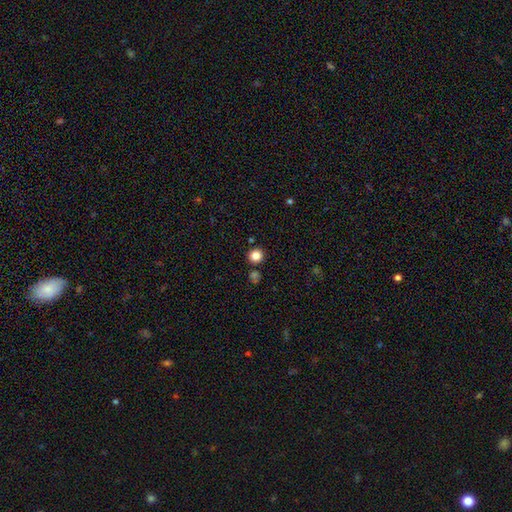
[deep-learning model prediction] The model was most divided on "smooth or featured": smooth: 83%, star or artifact: 12%, featured or disk: 4%. More confident: how rounded — round (91%); merging — none (87%).